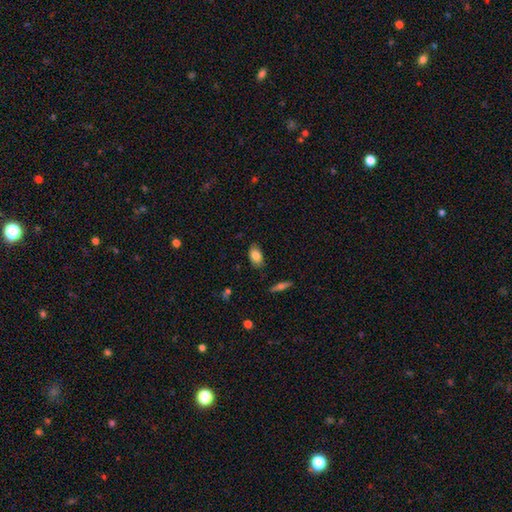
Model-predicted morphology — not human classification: Overall: smooth (83%). How rounded: in between (90%). Merging: none (82%).